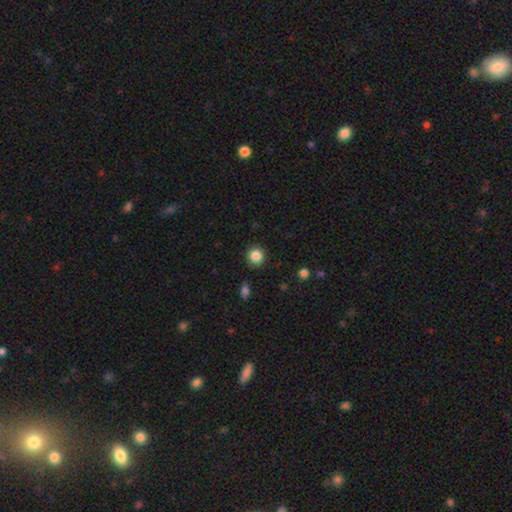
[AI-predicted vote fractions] Smooth or featured? smooth (85%)
How rounded? round (91%)
Merging? none (90%)